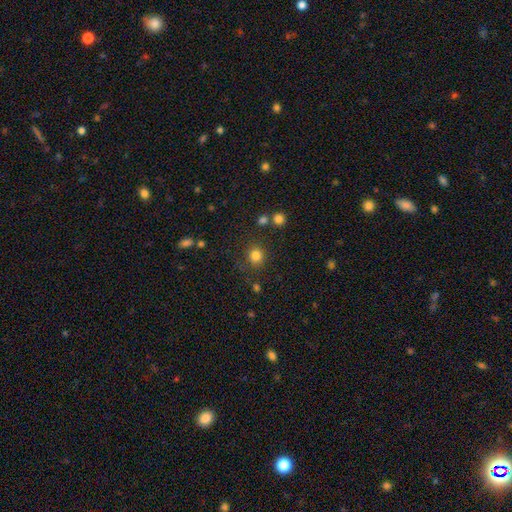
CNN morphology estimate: This appears to be a smooth galaxy with no disk features (82%) that is round (89%). Merging: none (82%).